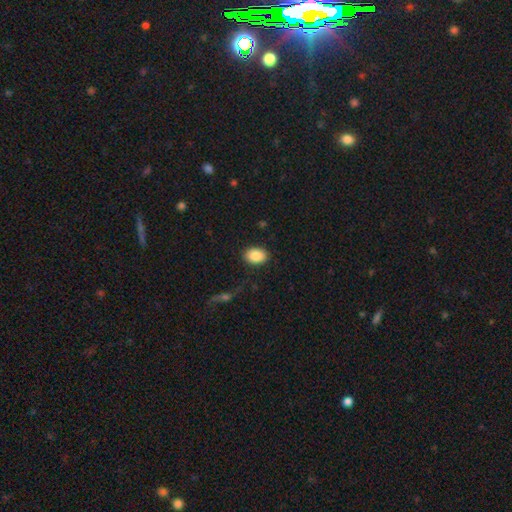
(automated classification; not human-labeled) This is clearly a smooth galaxy (87%). How rounded: clearly in between (80%). Merging: clearly none (87%).